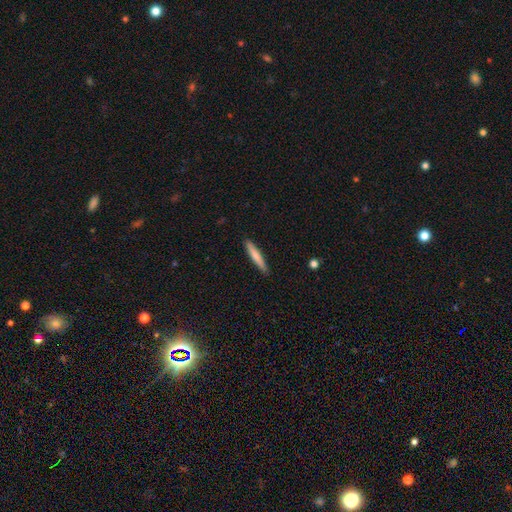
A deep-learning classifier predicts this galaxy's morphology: Smooth or featured: smooth — 73% (featured or disk — 22%)
How rounded: cigar-shaped — 93% (in between — 6%)
Merging: none — 90% (minor disturbance — 8%)